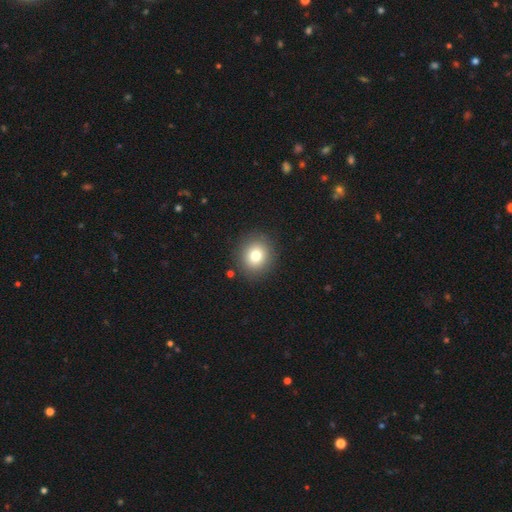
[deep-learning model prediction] Overall: smooth (79%). How rounded: round (84%). Merging: none (89%).